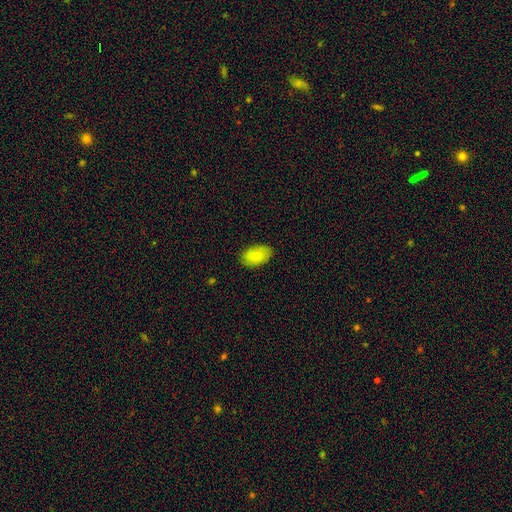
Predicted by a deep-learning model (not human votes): smooth 86%, featured or disk 7%, star or artifact 7%. Down the decision tree: how rounded — in between (93%); merging — none (86%).